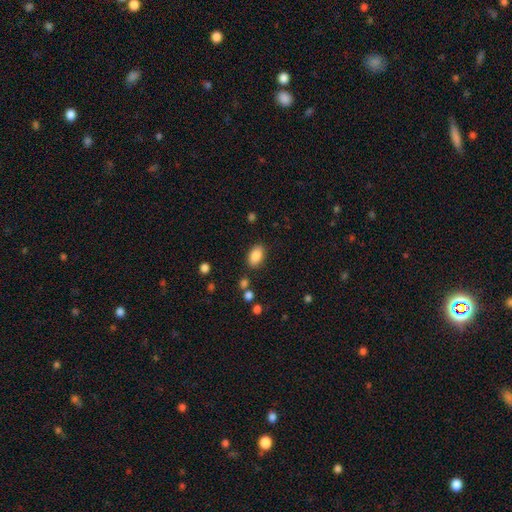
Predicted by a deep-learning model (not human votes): Overall: smooth (87%). How rounded: in between (89%). Merging: none (84%).